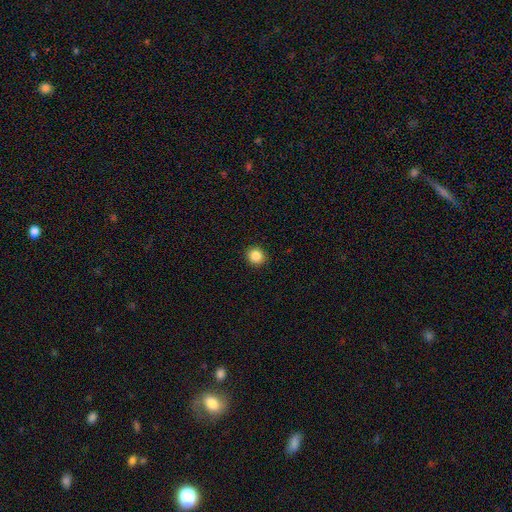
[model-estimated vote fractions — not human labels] A smooth galaxy with no disk features (86%) that is round (88%). Merging: none (92%).